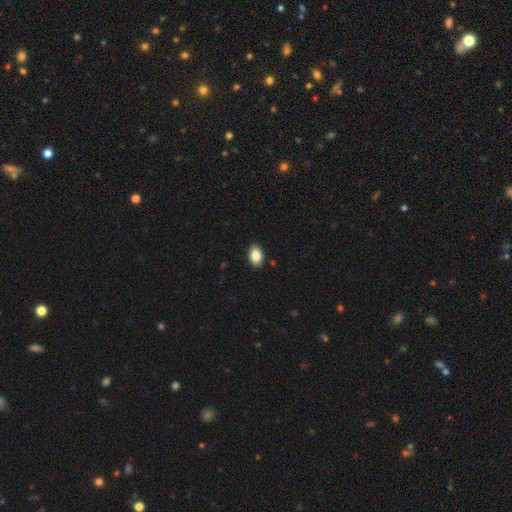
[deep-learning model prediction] Overall: smooth (86%). How rounded: in between (86%). Merging: none (89%).